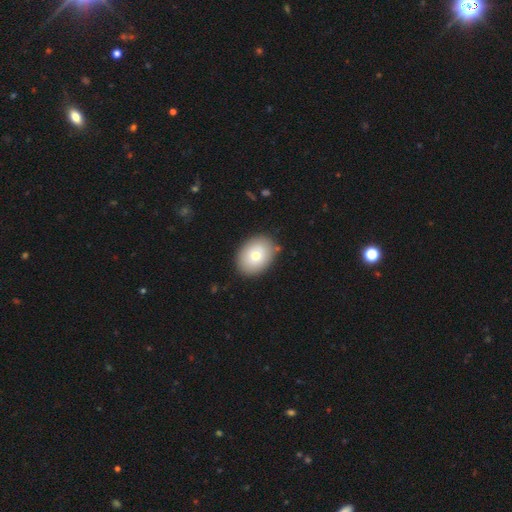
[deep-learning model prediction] Smooth or featured?
  - smooth: 73% *
  - featured or disk: 19%
  - star or artifact: 8%
How rounded?
  - in between: 65% *
  - round: 35%
  - cigar-shaped: 1%
Merging?
  - none: 86% *
  - minor disturbance: 10%
  - major disturbance: 2%
  - merger: 2%